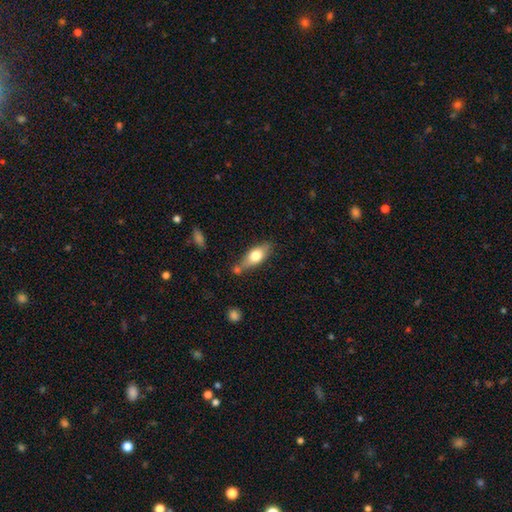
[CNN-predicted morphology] Smooth or featured?
  - smooth: 66% *
  - featured or disk: 28%
  - star or artifact: 6%
How rounded?
  - in between: 72% *
  - cigar-shaped: 23%
  - round: 5%
Merging?
  - none: 65% *
  - minor disturbance: 20%
  - merger: 11%
  - major disturbance: 5%